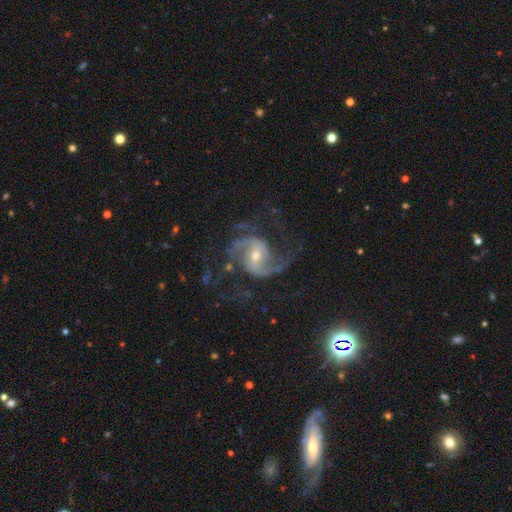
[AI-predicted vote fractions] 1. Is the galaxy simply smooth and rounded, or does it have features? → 91% featured or disk, 5% star or artifact, 4% smooth.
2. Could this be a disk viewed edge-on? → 98% no, 2% yes.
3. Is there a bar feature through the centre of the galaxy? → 45% weak, 28% strong, 26% no.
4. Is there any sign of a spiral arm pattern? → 98% yes, 2% no.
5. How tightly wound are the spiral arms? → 55% medium, 33% loose, 12% tight.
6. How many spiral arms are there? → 83% 2, 7% 3, 4% can't tell, 2% 1, 2% 4, 2% more than 4.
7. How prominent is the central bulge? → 52% small, 44% moderate, 2% large, 1% none, 1% dominant.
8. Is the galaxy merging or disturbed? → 69% none, 15% minor disturbance, 15% major disturbance, 2% merger.